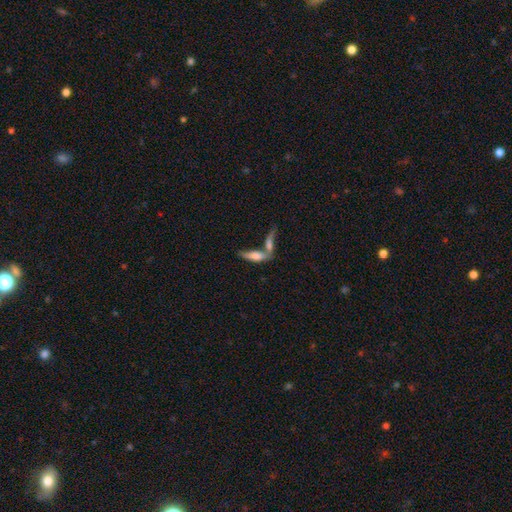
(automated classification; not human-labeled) Morphology: type=smooth (64%); roundness=in between (50%); merging=merger (56%).